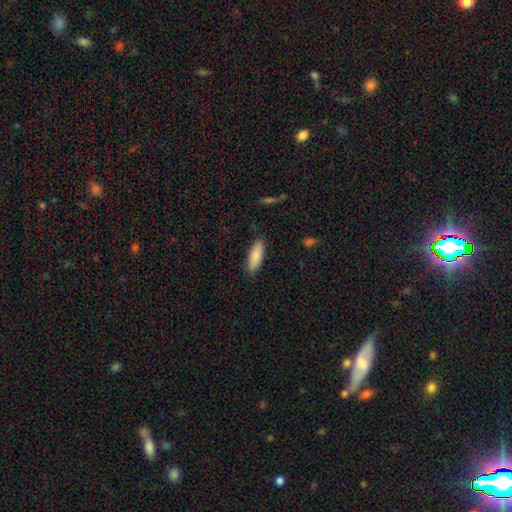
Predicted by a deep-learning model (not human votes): This appears to be a smooth galaxy with no disk features (88%) that is in between round and cigar-shaped (58%). Merging: none (88%).